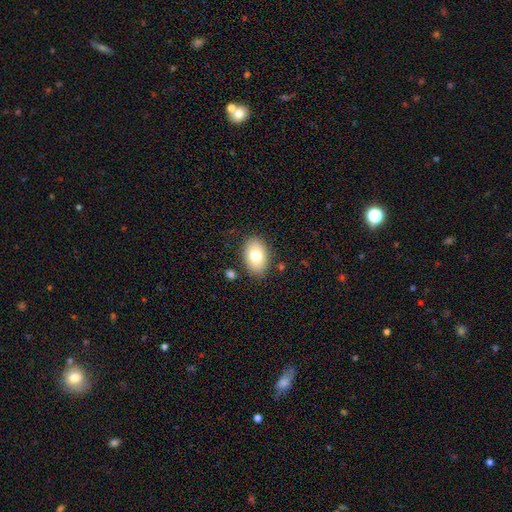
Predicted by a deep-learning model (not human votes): Overall: smooth (76%). How rounded: in between (85%). Merging: none (84%).